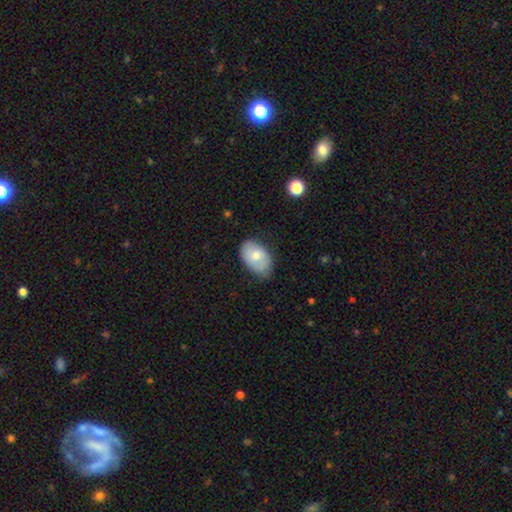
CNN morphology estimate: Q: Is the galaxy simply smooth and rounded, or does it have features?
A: smooth — 74%.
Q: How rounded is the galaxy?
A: in between — 90%.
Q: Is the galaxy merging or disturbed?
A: none — 63%.